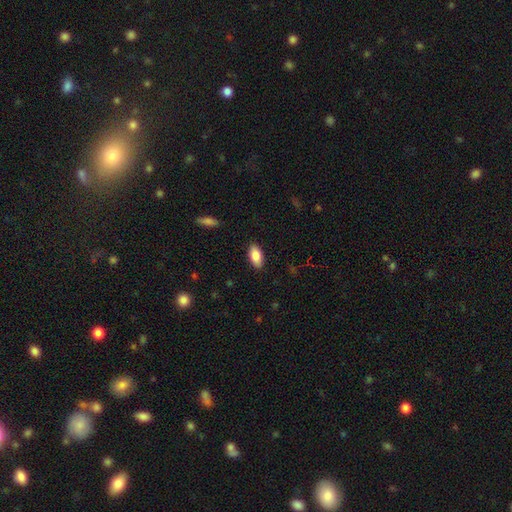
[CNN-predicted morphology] type=smooth (83%); roundness=in between (90%); merging=none (89%).